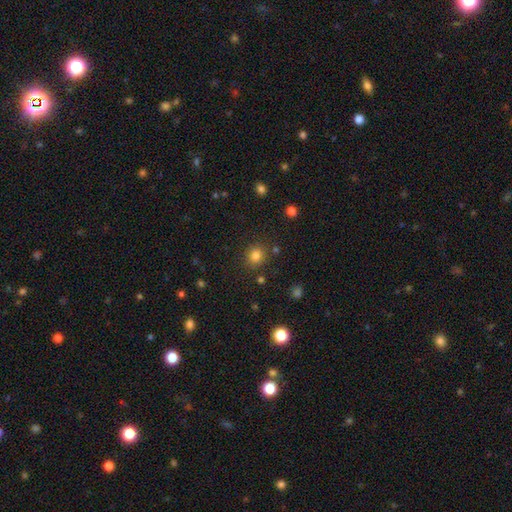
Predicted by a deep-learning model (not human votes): This appears to be a smooth galaxy with no disk features (81%) that is round (81%). Merging: none (86%).